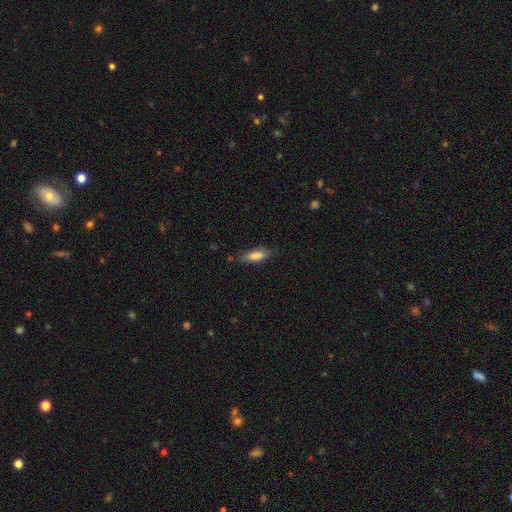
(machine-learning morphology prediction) This is likely a smooth galaxy (77%). How rounded: possibly in between (55%). Merging: likely none (74%).